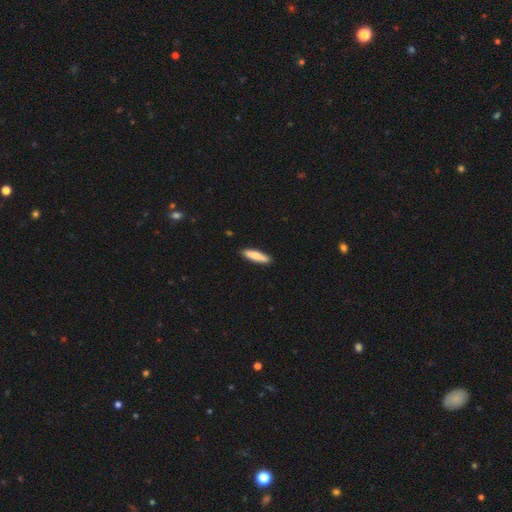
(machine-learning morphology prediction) Smooth or featured? Predicted: smooth (p=0.80). How rounded? Predicted: cigar-shaped (p=0.76). Merging? Predicted: none (p=0.90).